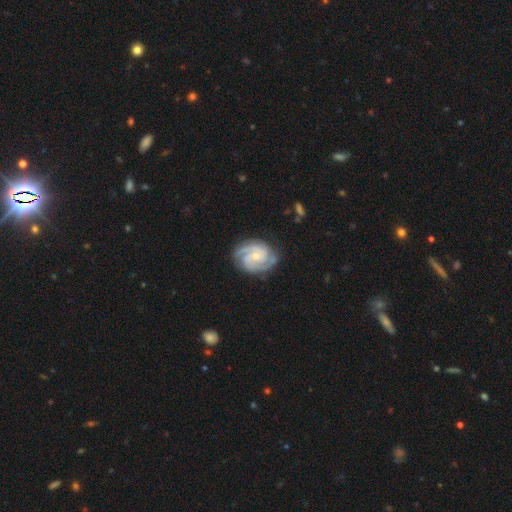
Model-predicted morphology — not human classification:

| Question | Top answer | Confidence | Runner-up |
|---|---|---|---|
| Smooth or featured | featured or disk | 91% | smooth (5%) |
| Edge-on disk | no | 98% | yes (2%) |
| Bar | no | 62% | weak (31%) |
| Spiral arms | yes | 98% | no (2%) |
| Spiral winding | tight | 59% | medium (36%) |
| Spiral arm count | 3 | 42% | 2 (38%) |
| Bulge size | small | 66% | moderate (29%) |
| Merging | none | 78% | minor disturbance (16%) |